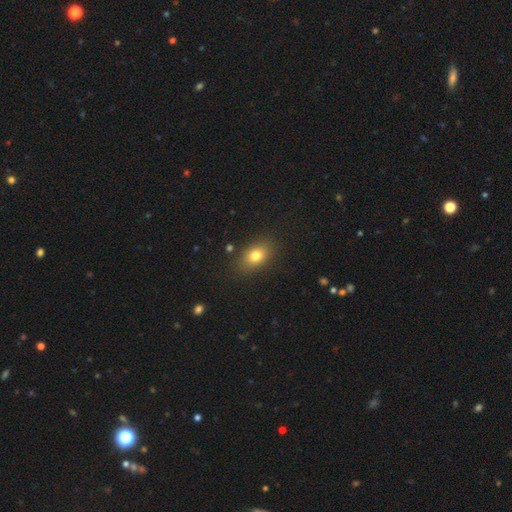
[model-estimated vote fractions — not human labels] The model was most divided on "how rounded": in between: 75%, round: 22%, cigar-shaped: 2%. More confident: merging — none (84%); smooth or featured — smooth (78%).